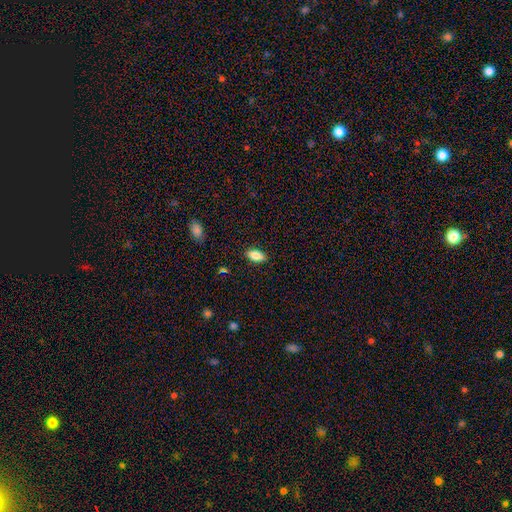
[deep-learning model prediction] Smooth or featured? Predicted: smooth (p=0.84). How rounded? Predicted: in between (p=0.90). Merging? Predicted: none (p=0.88).